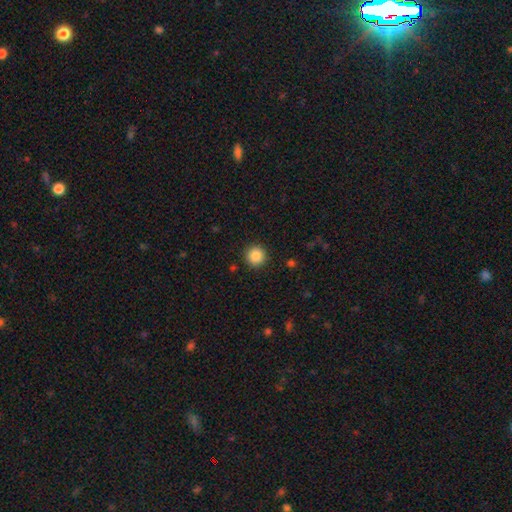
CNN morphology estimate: Overall: smooth (87%). How rounded: round (95%). Merging: none (91%).